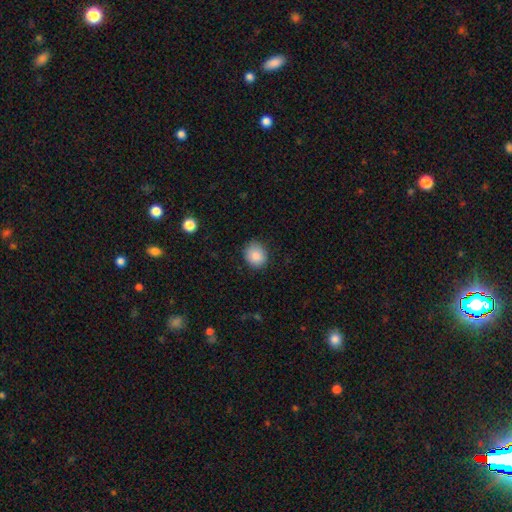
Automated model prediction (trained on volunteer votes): This is clearly a smooth galaxy (85%). How rounded: likely round (75%). Merging: clearly none (85%).